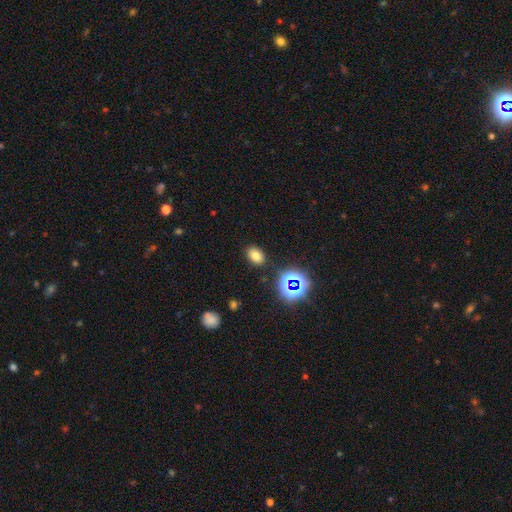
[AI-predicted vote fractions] Smooth or featured?
  - smooth: 72% *
  - star or artifact: 20%
  - featured or disk: 8%
How rounded?
  - in between: 78% *
  - round: 21%
  - cigar-shaped: 1%
Merging?
  - none: 86% *
  - minor disturbance: 9%
  - major disturbance: 3%
  - merger: 2%